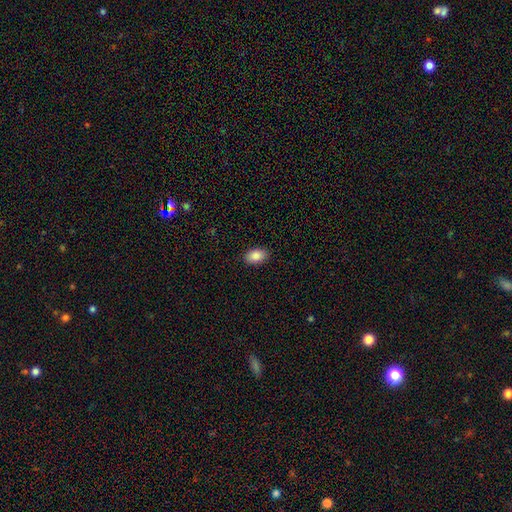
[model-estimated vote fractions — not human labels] Smooth or featured: smooth — 88% (star or artifact — 7%)
How rounded: in between — 89% (round — 9%)
Merging: none — 89% (minor disturbance — 8%)